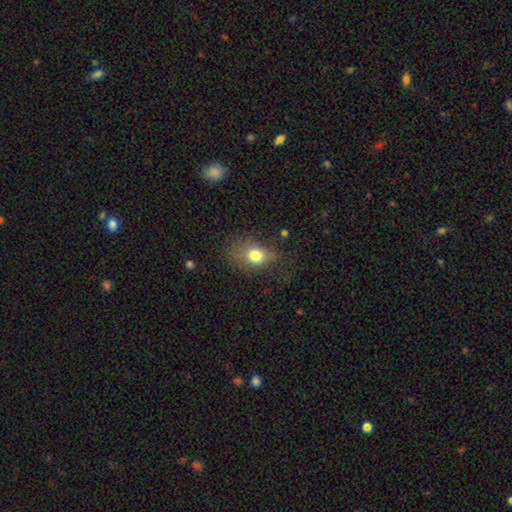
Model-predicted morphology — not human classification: The model was most divided on "merging": none: 48%, minor disturbance: 27%, major disturbance: 23%, merger: 2%. More confident: smooth or featured — smooth (75%); how rounded — in between (64%).